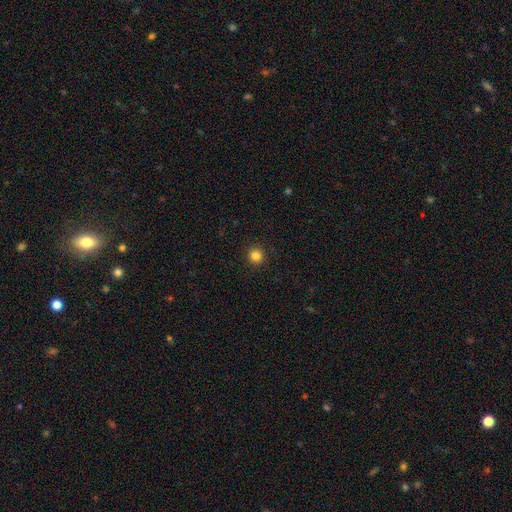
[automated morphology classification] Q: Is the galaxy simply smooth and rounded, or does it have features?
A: smooth — 83%.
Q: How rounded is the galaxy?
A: round — 94%.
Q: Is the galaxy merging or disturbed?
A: none — 92%.